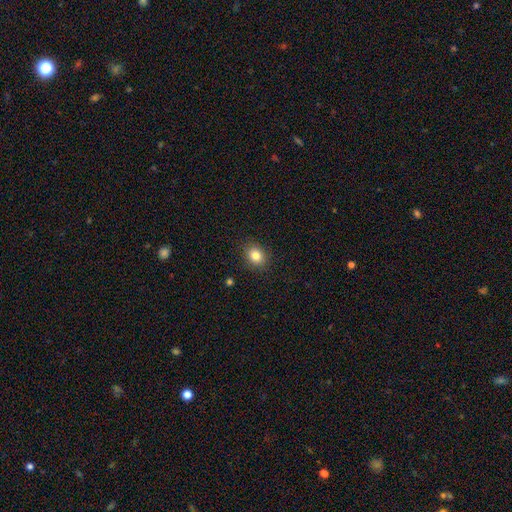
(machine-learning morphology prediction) Smooth or featured? Predicted: smooth (p=0.83). How rounded? Predicted: round (p=0.54). Merging? Predicted: none (p=0.88).